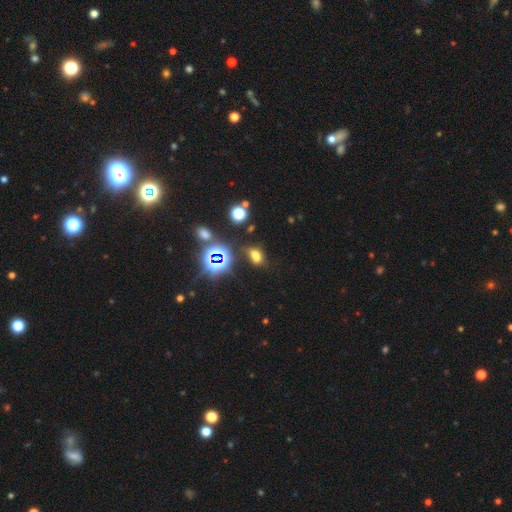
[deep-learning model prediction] A smooth galaxy with no disk features (57%) that is in between round and cigar-shaped (78%).

Vote fractions:
- Smooth or featured? smooth: 57% / star or artifact: 34% / featured or disk: 9%
- How rounded? in between: 78% / round: 17% / cigar-shaped: 5%
- Merging? none: 60% / minor disturbance: 19% / merger: 12% / major disturbance: 9%